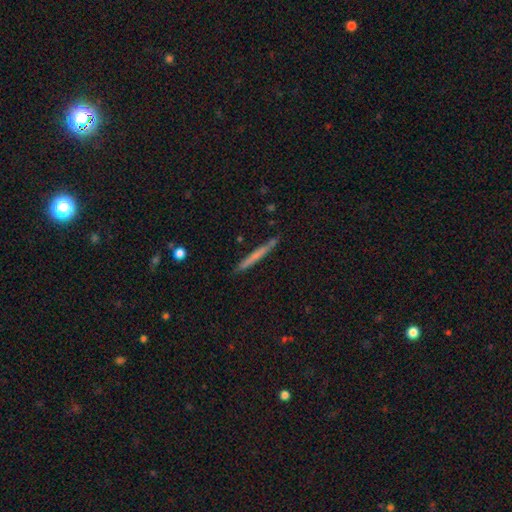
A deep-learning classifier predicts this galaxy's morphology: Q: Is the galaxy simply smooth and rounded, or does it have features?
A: smooth — 54%.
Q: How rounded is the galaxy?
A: cigar-shaped — 96%.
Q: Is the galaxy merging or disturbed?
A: none — 88%.